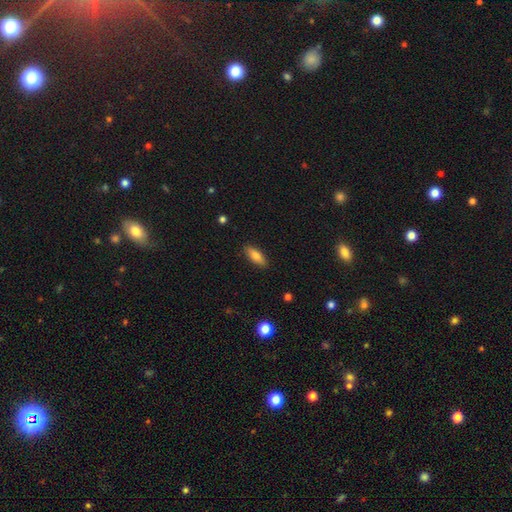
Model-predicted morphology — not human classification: Smooth or featured?
  - smooth: 80% *
  - featured or disk: 13%
  - star or artifact: 7%
How rounded?
  - in between: 68% *
  - cigar-shaped: 29%
  - round: 2%
Merging?
  - none: 87% *
  - minor disturbance: 10%
  - major disturbance: 2%
  - merger: 1%